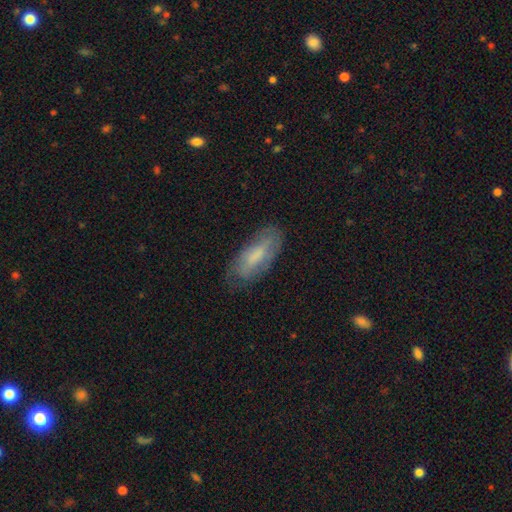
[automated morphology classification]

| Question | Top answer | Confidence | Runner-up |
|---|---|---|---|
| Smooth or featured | smooth | 61% | featured or disk (31%) |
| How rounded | in between | 73% | cigar-shaped (25%) |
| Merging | none | 71% | minor disturbance (21%) |